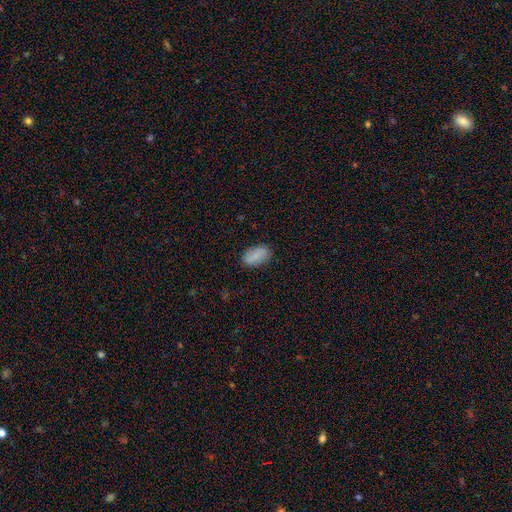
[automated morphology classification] This appears to be a smooth galaxy with no disk features (86%) that is in between round and cigar-shaped (94%). Merging: none (85%).